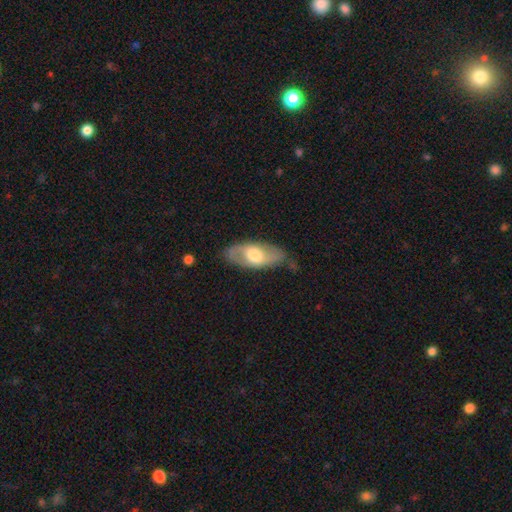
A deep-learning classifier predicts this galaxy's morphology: smooth-or-featured: smooth: 50% | featured or disk: 45% | star or artifact: 5%
  merging: none: 71% | minor disturbance: 21% | major disturbance: 6% | merger: 2%